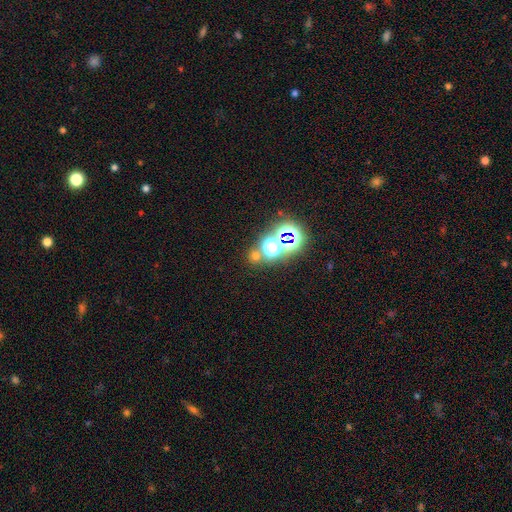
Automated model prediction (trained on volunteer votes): Overall: smooth (48%; star or artifact 45%). Merging: none (70%).